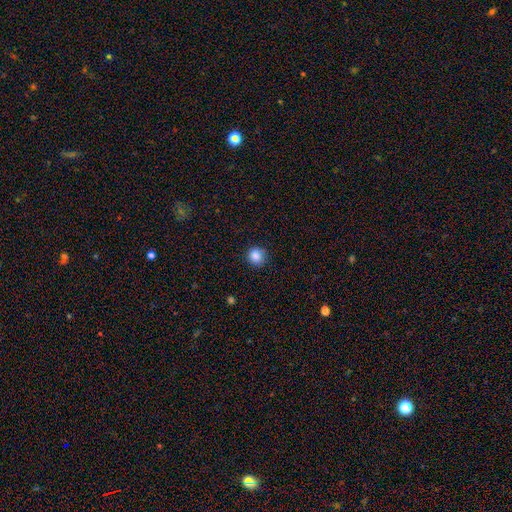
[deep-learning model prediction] Q: Smooth or featured?
A: smooth (86%); runner-up: star or artifact (10%)
Q: How rounded?
A: round (90%); runner-up: in between (9%)
Q: Merging?
A: none (85%); runner-up: minor disturbance (11%)